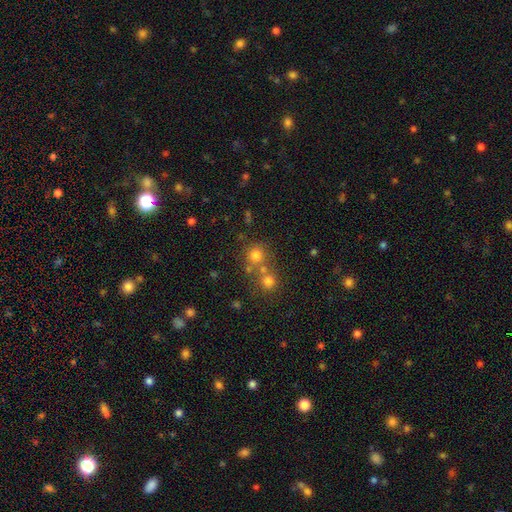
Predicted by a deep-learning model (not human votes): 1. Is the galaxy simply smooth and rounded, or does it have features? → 73% smooth, 17% star or artifact, 9% featured or disk.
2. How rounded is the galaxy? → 90% round, 9% in between, 1% cigar-shaped.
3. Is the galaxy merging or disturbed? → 59% none, 30% merger, 8% minor disturbance, 4% major disturbance.